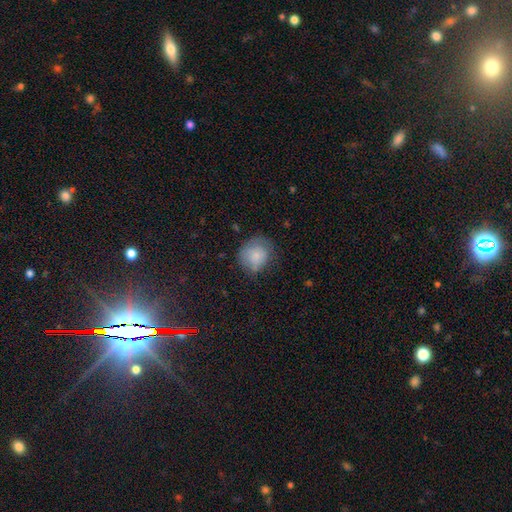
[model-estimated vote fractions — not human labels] Smooth or featured: smooth — 80% (featured or disk — 13%)
How rounded: round — 83% (in between — 16%)
Merging: none — 61% (minor disturbance — 27%)